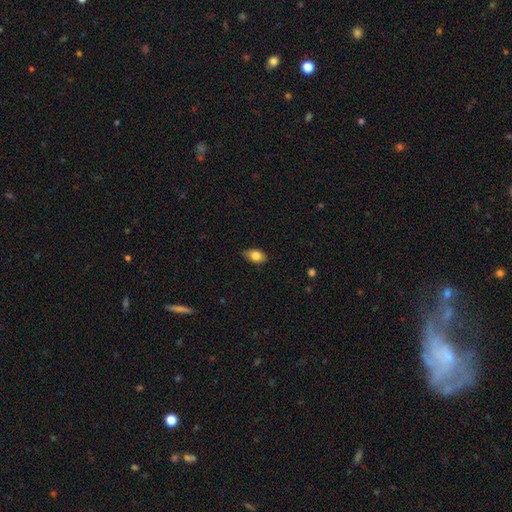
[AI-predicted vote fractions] smooth_or_featured: smooth (p=0.82) [alt: featured or disk p=0.10]
how_rounded: in between (p=0.85) [alt: round p=0.12]
merging: none (p=0.78) [alt: minor disturbance p=0.19]